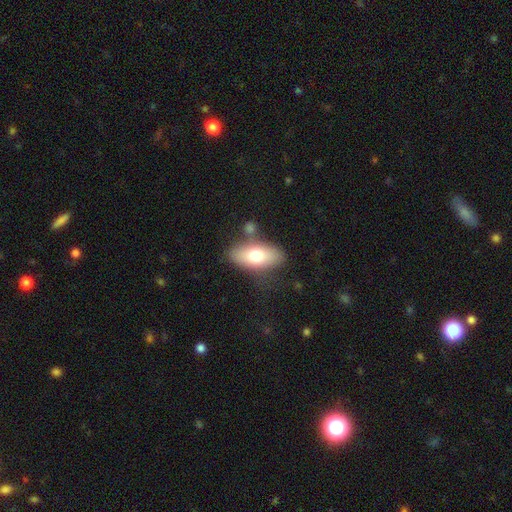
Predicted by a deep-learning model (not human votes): A smooth galaxy with no disk features (72%) that is in between round and cigar-shaped (88%).

Vote fractions:
- Smooth or featured? smooth: 72% / featured or disk: 22% / star or artifact: 7%
- How rounded? in between: 88% / cigar-shaped: 8% / round: 4%
- Merging? none: 71% / minor disturbance: 15% / merger: 8% / major disturbance: 5%